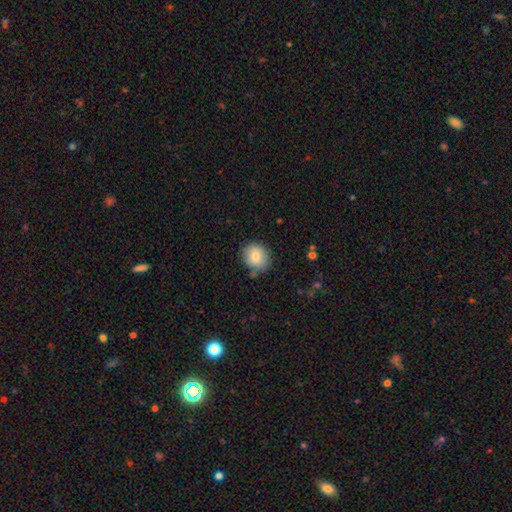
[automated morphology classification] This appears to be a smooth galaxy with no disk features (83%) that is round (71%). Merging: none (80%).